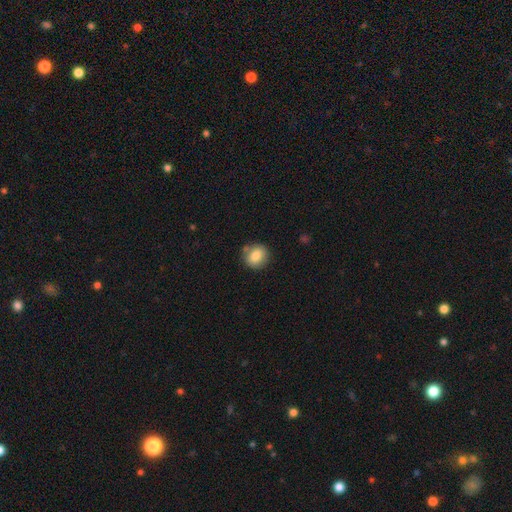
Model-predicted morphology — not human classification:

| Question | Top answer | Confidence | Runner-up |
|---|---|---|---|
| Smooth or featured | smooth | 82% | featured or disk (9%) |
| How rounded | round | 78% | in between (21%) |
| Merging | none | 78% | minor disturbance (13%) |